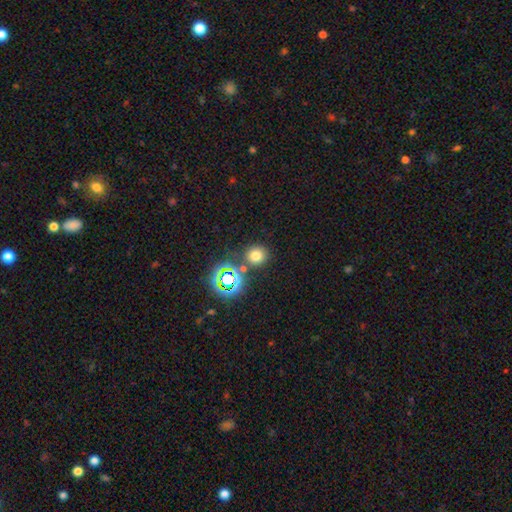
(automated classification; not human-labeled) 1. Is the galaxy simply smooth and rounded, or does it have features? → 69% smooth, 24% star or artifact, 7% featured or disk.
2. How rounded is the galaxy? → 88% round, 11% in between, 1% cigar-shaped.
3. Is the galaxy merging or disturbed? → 78% none, 10% merger, 8% minor disturbance, 3% major disturbance.